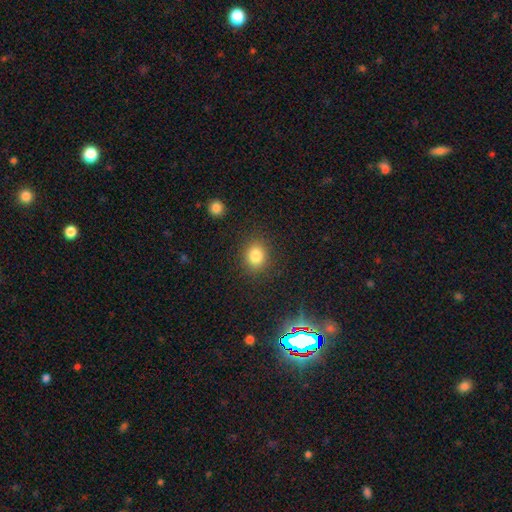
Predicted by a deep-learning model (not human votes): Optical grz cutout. It shows a smooth galaxy with no disk features (82%) that is round (63%). Merging: none (85%).